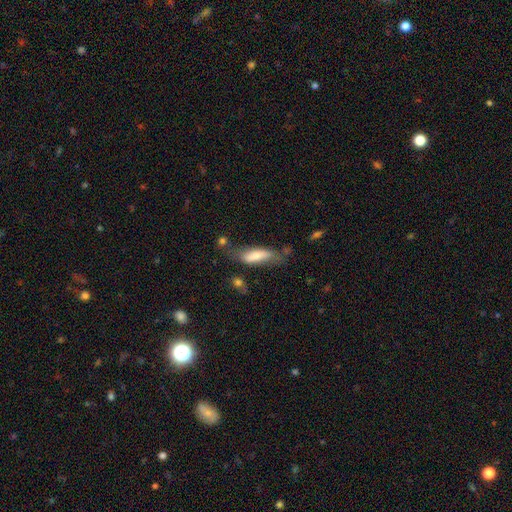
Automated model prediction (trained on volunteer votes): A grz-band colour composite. It shows a smooth galaxy with no disk features (65%) that is cigar-shaped (52%). Merging: none (50%).